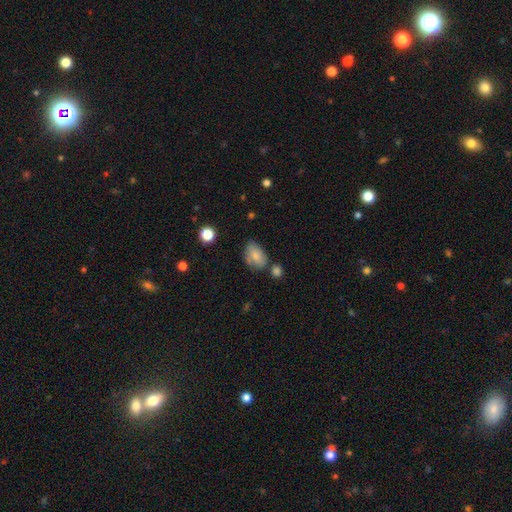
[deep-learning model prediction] smooth-or-featured: smooth: 77% | featured or disk: 15% | star or artifact: 8%
  how-rounded: in between: 87% | round: 12% | cigar-shaped: 2%
  merging: none: 57% | minor disturbance: 26% | merger: 10% | major disturbance: 7%